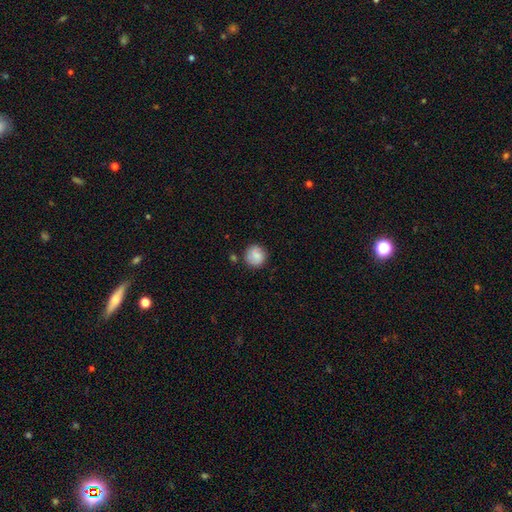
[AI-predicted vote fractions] Q: Smooth or featured?
A: smooth (79%); runner-up: featured or disk (13%)
Q: How rounded?
A: round (91%); runner-up: in between (8%)
Q: Merging?
A: none (76%); runner-up: minor disturbance (15%)